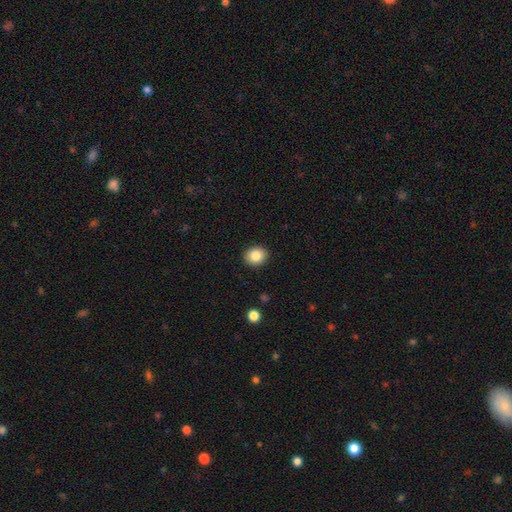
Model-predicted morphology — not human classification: type=smooth (85%); roundness=round (67%); merging=none (91%).